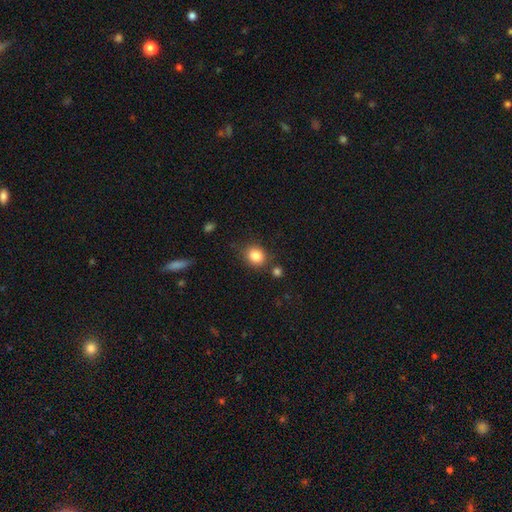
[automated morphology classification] Overall: smooth (84%). How rounded: round (67%; in between 32%). Merging: none (77%).